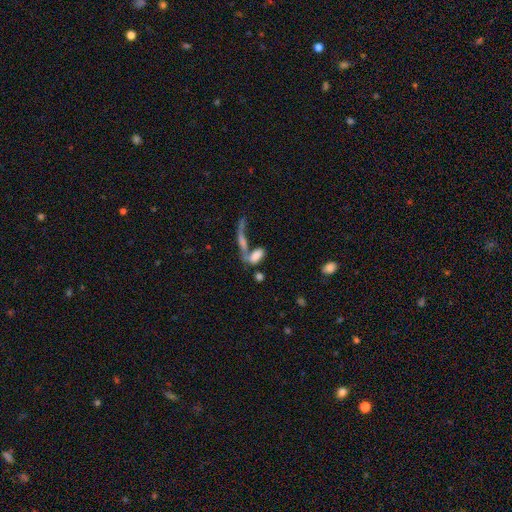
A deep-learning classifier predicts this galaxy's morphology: A smooth galaxy with no disk features (70%) that is in between round and cigar-shaped (75%).

Vote fractions:
- Smooth or featured? smooth: 70% / featured or disk: 20% / star or artifact: 11%
- How rounded? in between: 75% / cigar-shaped: 20% / round: 5%
- Merging? merger: 57% / none: 23% / major disturbance: 11% / minor disturbance: 8%